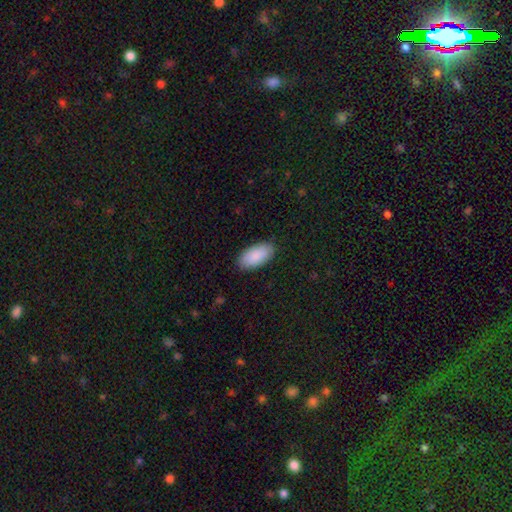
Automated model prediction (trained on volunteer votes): The model was most divided on "merging": none: 88%, minor disturbance: 9%, major disturbance: 2%, merger: 1%. More confident: how rounded — in between (94%); smooth or featured — smooth (90%).